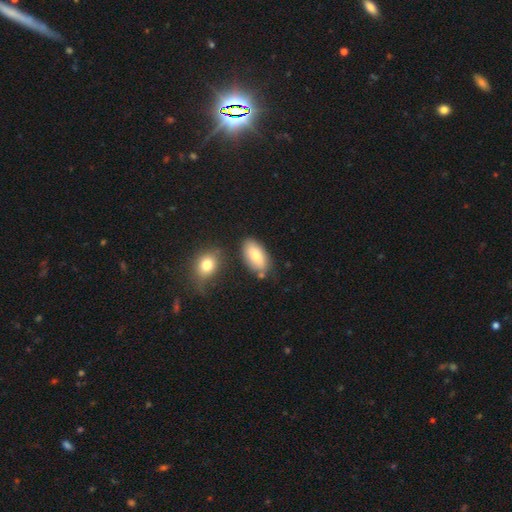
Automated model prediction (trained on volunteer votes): Morphology: type=smooth (80%); roundness=in between (92%); merging=none (75%).